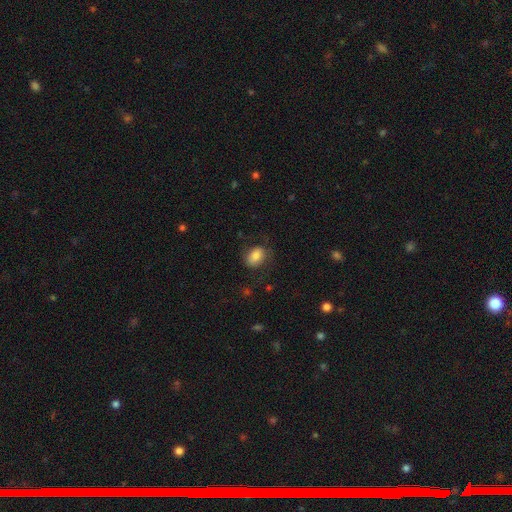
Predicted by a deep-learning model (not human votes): The model was most divided on "how rounded": in between: 70%, round: 28%, cigar-shaped: 1%. More confident: smooth or featured — smooth (78%); merging — none (70%).